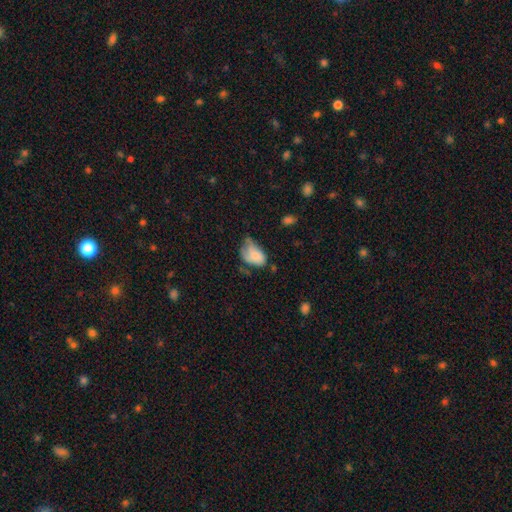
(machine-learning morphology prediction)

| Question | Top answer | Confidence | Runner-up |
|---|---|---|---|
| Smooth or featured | smooth | 70% | featured or disk (22%) |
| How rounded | in between | 86% | round (13%) |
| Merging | minor disturbance | 39% | major disturbance (28%) |